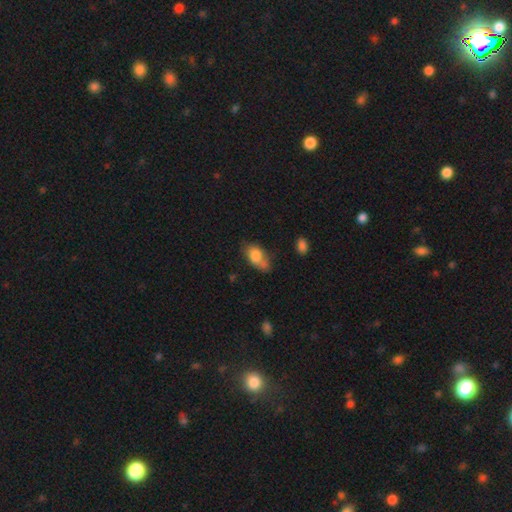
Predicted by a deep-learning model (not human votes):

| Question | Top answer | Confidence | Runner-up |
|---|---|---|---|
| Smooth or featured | smooth | 78% | featured or disk (14%) |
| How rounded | in between | 86% | round (10%) |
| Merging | none | 43% | minor disturbance (28%) |